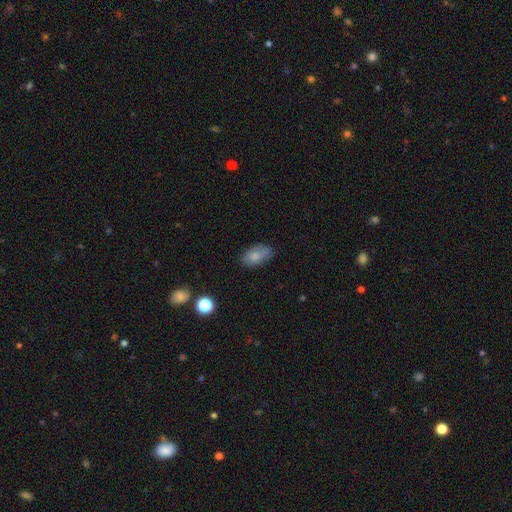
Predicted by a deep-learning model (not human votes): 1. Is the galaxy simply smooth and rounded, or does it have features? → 79% smooth, 12% featured or disk, 8% star or artifact.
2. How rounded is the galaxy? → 91% in between, 6% round, 2% cigar-shaped.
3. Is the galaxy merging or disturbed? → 72% none, 21% minor disturbance, 5% major disturbance, 2% merger.